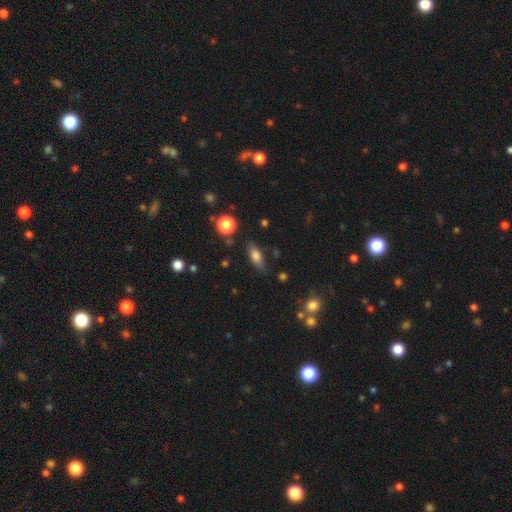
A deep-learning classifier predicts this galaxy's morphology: Smooth or featured?
  - smooth: 73% *
  - featured or disk: 18%
  - star or artifact: 9%
How rounded?
  - in between: 74% *
  - cigar-shaped: 21%
  - round: 5%
Merging?
  - none: 74% *
  - minor disturbance: 18%
  - major disturbance: 5%
  - merger: 3%